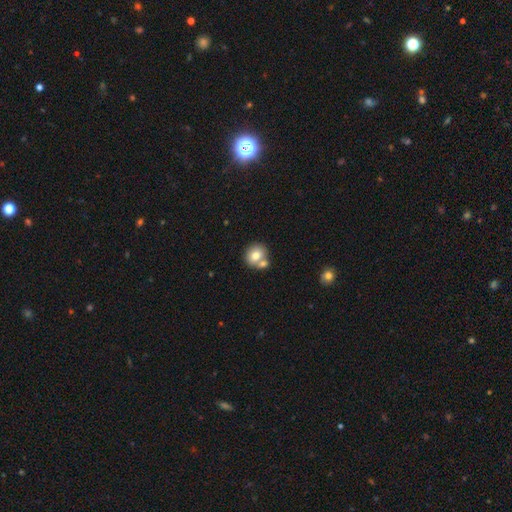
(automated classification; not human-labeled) Morphology: type=smooth (75%); roundness=round (82%); merging=none (51%).